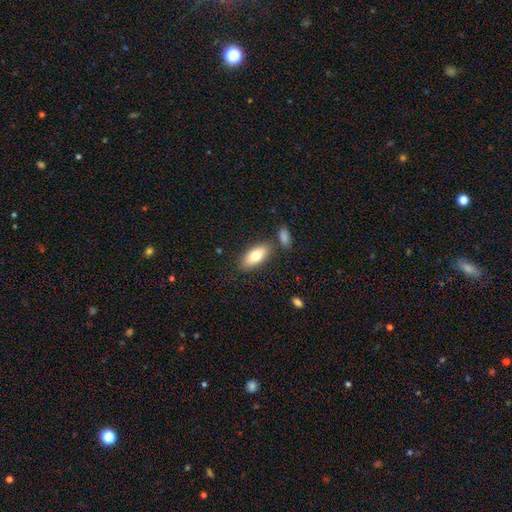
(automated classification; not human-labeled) This appears to be a smooth galaxy with no disk features (77%) that is in between round and cigar-shaped (87%). Merging: none (77%).